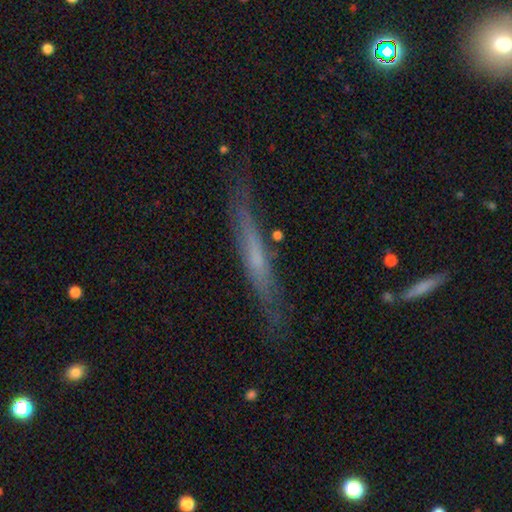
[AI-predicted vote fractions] A featured or disk galaxy (54%) viewed edge-on (91%).

Vote fractions:
- Smooth or featured? featured or disk: 54% / smooth: 38% / star or artifact: 8%
- Edge-on disk? yes: 91% / no: 9%
- Merging? none: 81% / minor disturbance: 14% / major disturbance: 3% / merger: 2%